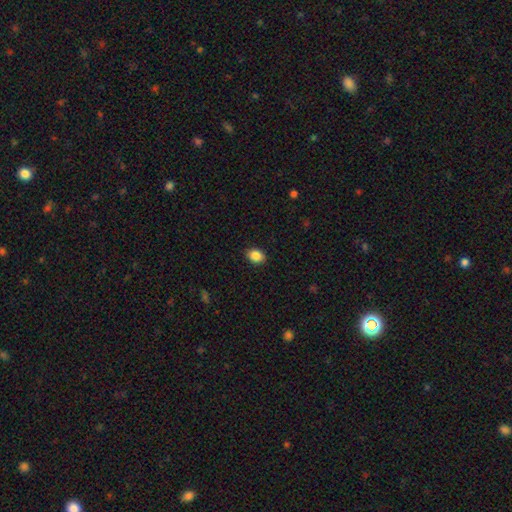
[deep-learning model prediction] Smooth or featured? Predicted: smooth (p=0.87). How rounded? Predicted: in between (p=0.64). Merging? Predicted: none (p=0.89).